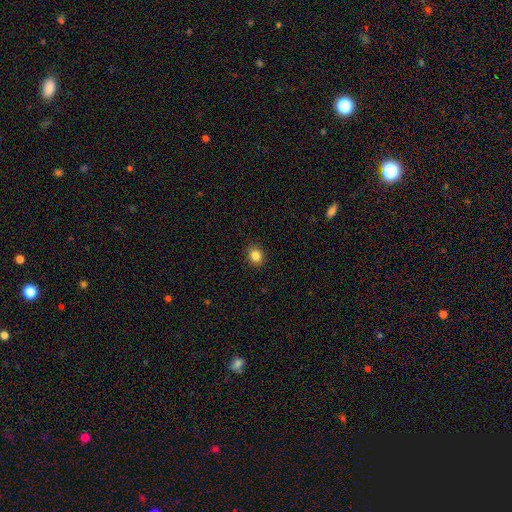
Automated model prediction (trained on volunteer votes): Overall: smooth (85%). How rounded: round (75%). Merging: none (90%).